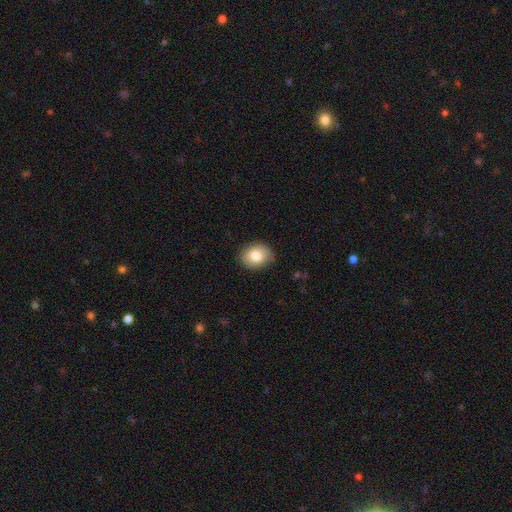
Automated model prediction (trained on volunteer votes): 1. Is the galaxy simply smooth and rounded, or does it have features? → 82% smooth, 10% featured or disk, 8% star or artifact.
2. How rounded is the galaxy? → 50% in between, 49% round, 1% cigar-shaped.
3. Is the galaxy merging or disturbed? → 86% none, 11% minor disturbance, 2% major disturbance, 1% merger.